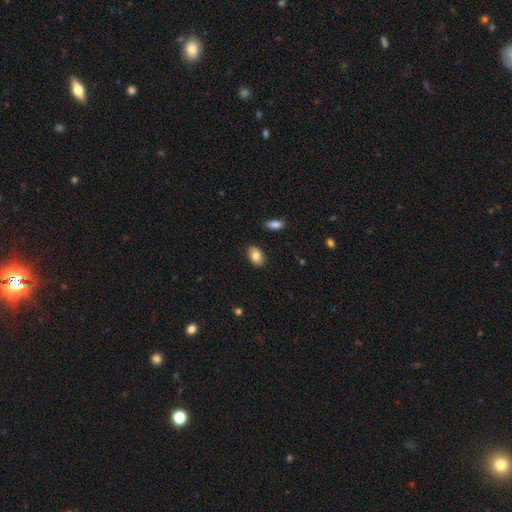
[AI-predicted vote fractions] smooth-or-featured: smooth: 83% | featured or disk: 10% | star or artifact: 7%
  how-rounded: in between: 88% | round: 11% | cigar-shaped: 1%
  merging: none: 87% | minor disturbance: 9% | major disturbance: 2% | merger: 1%